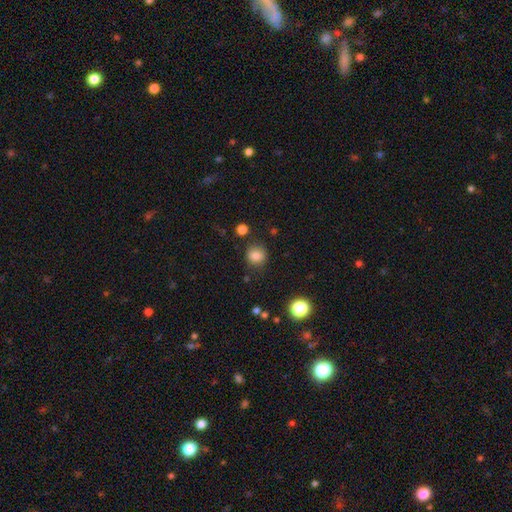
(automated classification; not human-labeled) smooth-or-featured: smooth: 83% | star or artifact: 12% | featured or disk: 5%
  how-rounded: round: 86% | in between: 13% | cigar-shaped: 1%
  merging: none: 84% | minor disturbance: 10% | major disturbance: 3% | merger: 3%